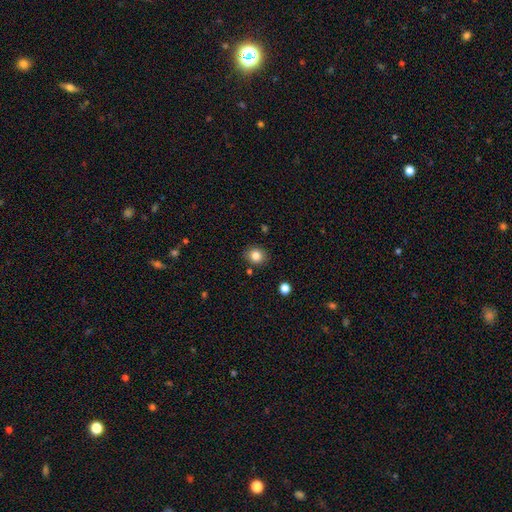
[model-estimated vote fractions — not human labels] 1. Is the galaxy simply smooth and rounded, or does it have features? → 84% smooth, 11% star or artifact, 6% featured or disk.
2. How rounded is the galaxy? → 76% round, 23% in between, 1% cigar-shaped.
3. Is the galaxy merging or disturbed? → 85% none, 10% minor disturbance, 3% merger, 3% major disturbance.